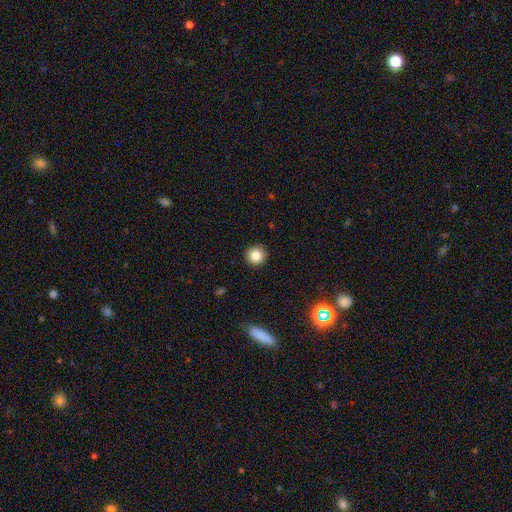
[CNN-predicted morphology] type=smooth (84%); roundness=round (95%); merging=none (92%).